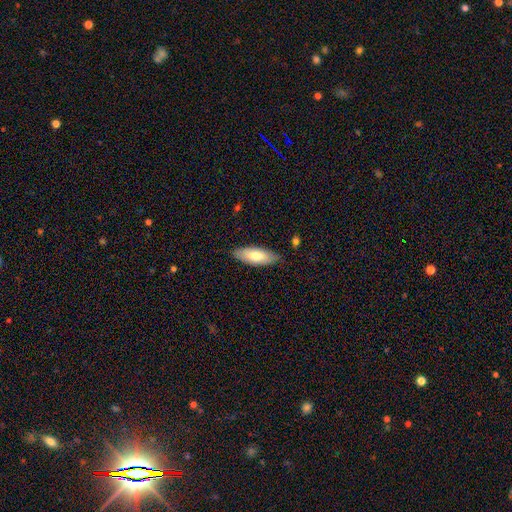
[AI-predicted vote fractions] Smooth or featured: smooth — 71% (featured or disk — 23%)
How rounded: in between — 73% (cigar-shaped — 26%)
Merging: none — 83% (minor disturbance — 13%)